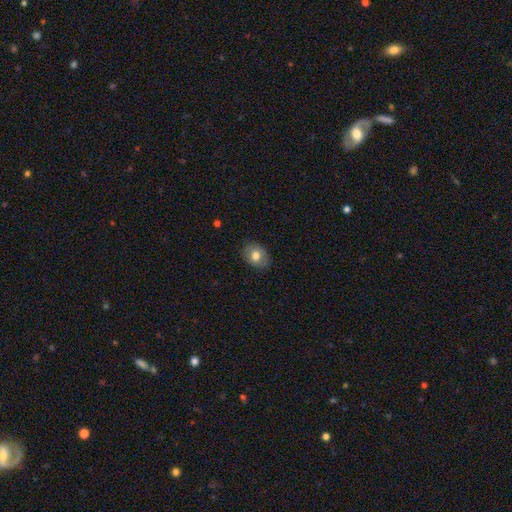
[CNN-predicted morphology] The model was most divided on "how rounded": in between: 64%, round: 35%, cigar-shaped: 1%. More confident: merging — none (85%); smooth or featured — smooth (76%).